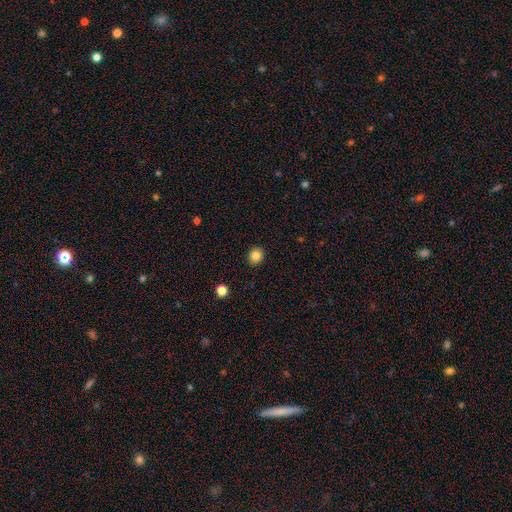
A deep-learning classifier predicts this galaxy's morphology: Q: Smooth or featured?
A: smooth (84%); runner-up: star or artifact (11%)
Q: How rounded?
A: round (68%); runner-up: in between (31%)
Q: Merging?
A: none (90%); runner-up: minor disturbance (7%)